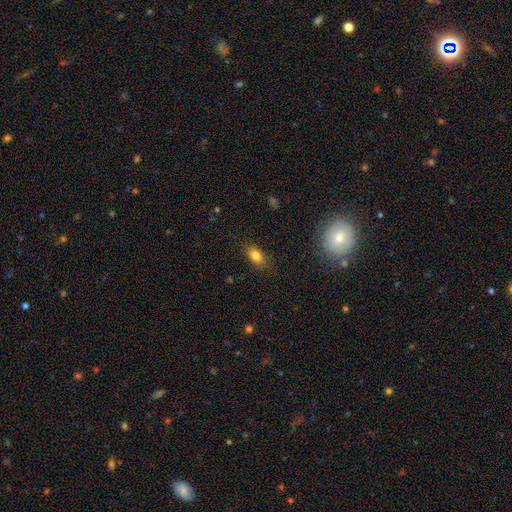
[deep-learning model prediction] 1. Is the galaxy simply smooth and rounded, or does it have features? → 81% smooth, 11% star or artifact, 8% featured or disk.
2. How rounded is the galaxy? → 85% in between, 10% round, 4% cigar-shaped.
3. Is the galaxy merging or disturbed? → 83% none, 12% minor disturbance, 3% major disturbance, 1% merger.